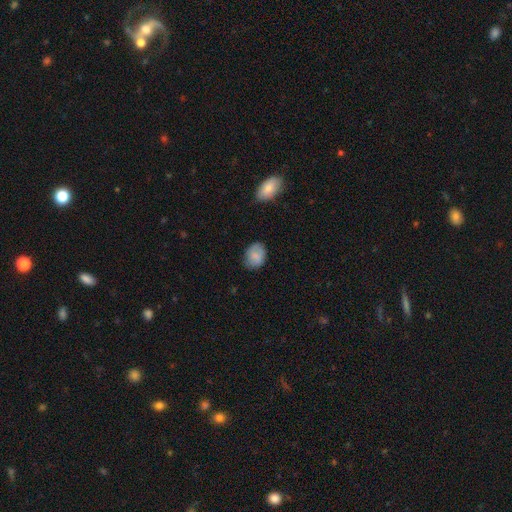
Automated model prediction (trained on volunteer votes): The model was most divided on "how rounded": in between: 61%, round: 38%, cigar-shaped: 1%. More confident: smooth or featured — smooth (79%); merging — none (76%).